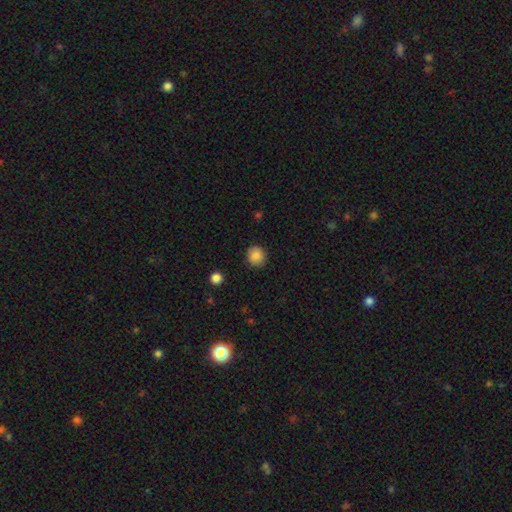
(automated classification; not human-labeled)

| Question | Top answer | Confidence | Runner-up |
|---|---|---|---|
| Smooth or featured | smooth | 86% | star or artifact (9%) |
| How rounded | round | 89% | in between (11%) |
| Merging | none | 90% | minor disturbance (7%) |